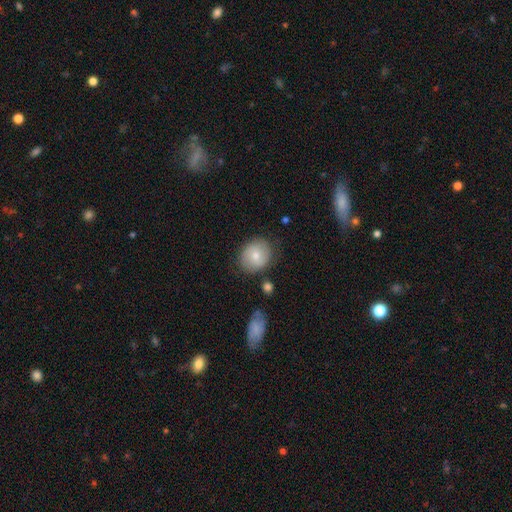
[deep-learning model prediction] Q: Smooth or featured?
A: smooth (72%); runner-up: featured or disk (21%)
Q: How rounded?
A: round (70%); runner-up: in between (29%)
Q: Merging?
A: none (80%); runner-up: minor disturbance (14%)